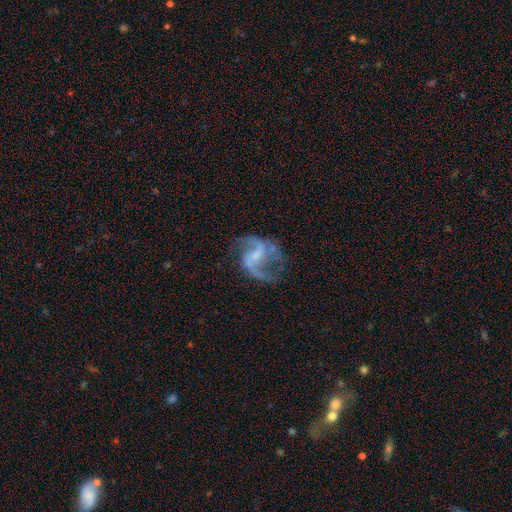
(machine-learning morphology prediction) Smooth or featured? Predicted: featured or disk (p=0.87). Edge-on disk? Predicted: no (p=0.98). Bar? Predicted: weak (p=0.52). Spiral arms? Predicted: yes (p=0.94). Spiral winding? Predicted: loose (p=0.56). Spiral arm count? Predicted: 2 (p=0.84). Bulge size? Predicted: small (p=0.52). Merging? Predicted: none (p=0.61).